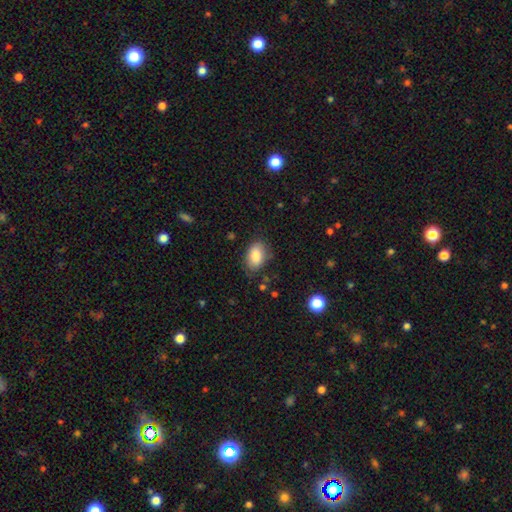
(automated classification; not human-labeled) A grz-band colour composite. It shows a smooth galaxy with no disk features (84%) that is in between round and cigar-shaped (90%). Merging: none (74%).